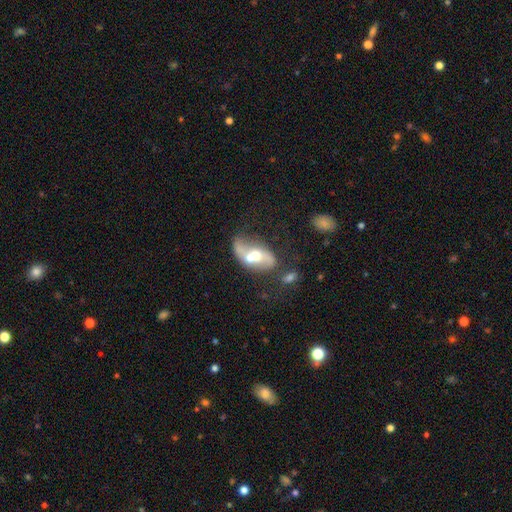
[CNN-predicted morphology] Smooth or featured? featured or disk (55%)
Edge-on disk? no (94%)
Bar? no (75%)
Spiral arms? no (56%)
Bulge size? moderate (69%)
Merging? merger (51%)